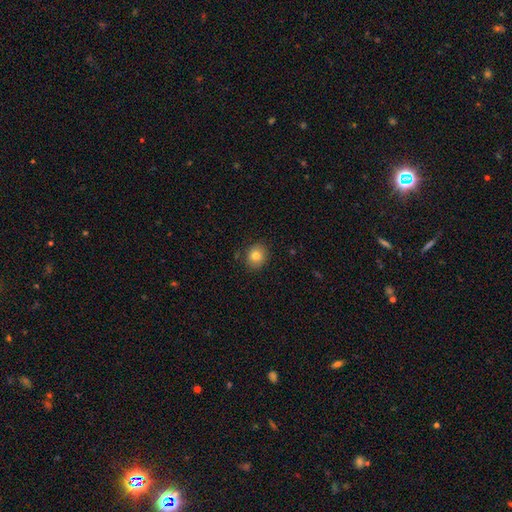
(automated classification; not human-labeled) Morphology: type=smooth (80%); roundness=round (75%); merging=none (87%).